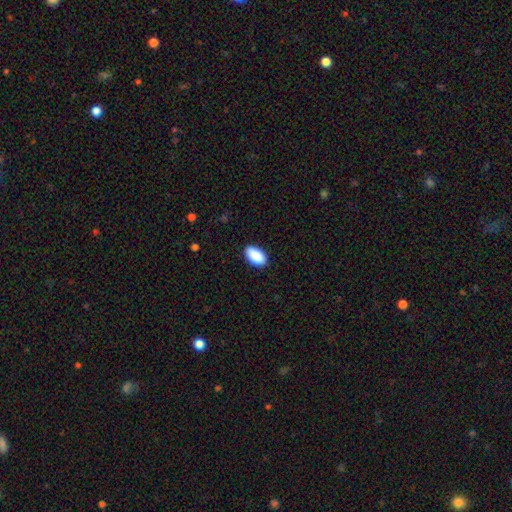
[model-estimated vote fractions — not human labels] smooth-or-featured: smooth: 90% | star or artifact: 6% | featured or disk: 3%
  how-rounded: in between: 95% | round: 3% | cigar-shaped: 2%
  merging: none: 88% | minor disturbance: 9% | major disturbance: 2% | merger: 1%